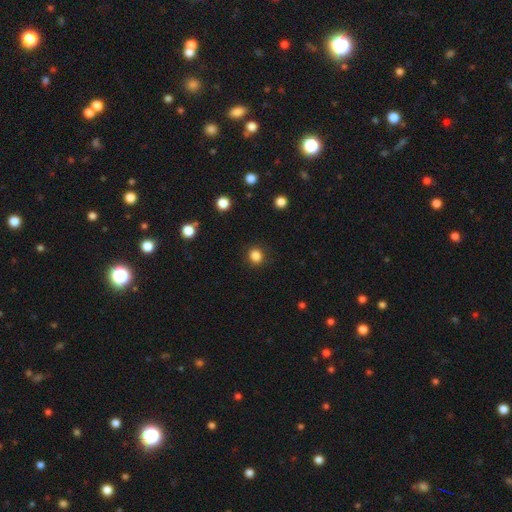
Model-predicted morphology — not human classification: smooth-or-featured: smooth: 85% | star or artifact: 12% | featured or disk: 3%
  how-rounded: round: 81% | in between: 18% | cigar-shaped: 1%
  merging: none: 90% | minor disturbance: 7% | major disturbance: 2% | merger: 1%